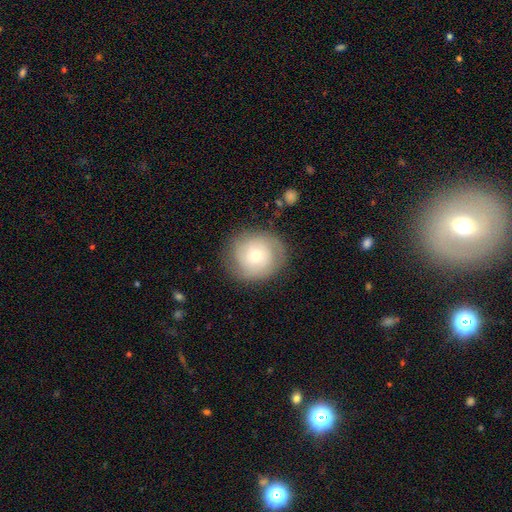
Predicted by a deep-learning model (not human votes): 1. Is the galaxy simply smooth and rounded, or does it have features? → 49% featured or disk, 43% smooth, 8% star or artifact.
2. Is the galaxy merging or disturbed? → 80% none, 13% minor disturbance, 5% major disturbance, 1% merger.